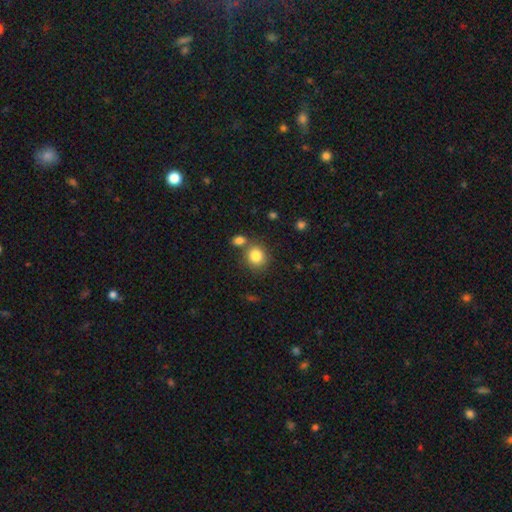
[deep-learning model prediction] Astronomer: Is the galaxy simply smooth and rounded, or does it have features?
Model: smooth — 84%.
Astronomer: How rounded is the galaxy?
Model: round — 78%.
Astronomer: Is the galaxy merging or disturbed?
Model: none — 64%.